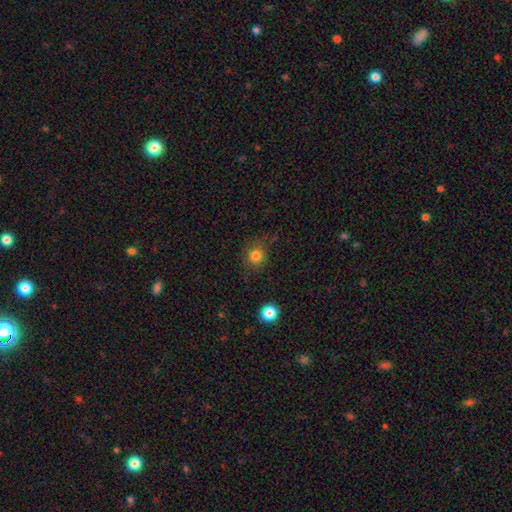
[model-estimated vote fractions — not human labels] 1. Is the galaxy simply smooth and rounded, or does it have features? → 81% smooth, 13% star or artifact, 6% featured or disk.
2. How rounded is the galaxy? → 86% round, 13% in between, 1% cigar-shaped.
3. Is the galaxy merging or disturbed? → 80% none, 13% minor disturbance, 5% major disturbance, 2% merger.